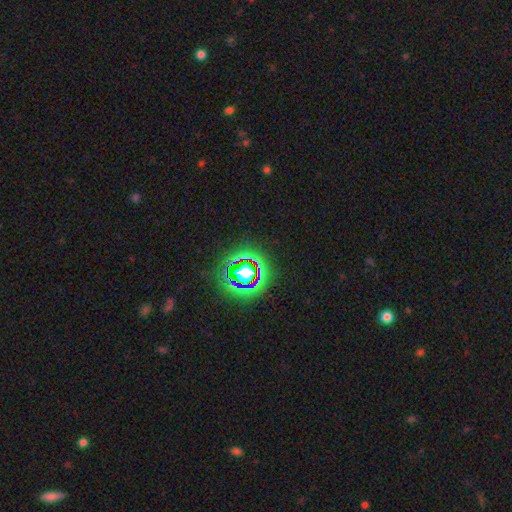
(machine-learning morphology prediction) Overall: star or artifact (78%).